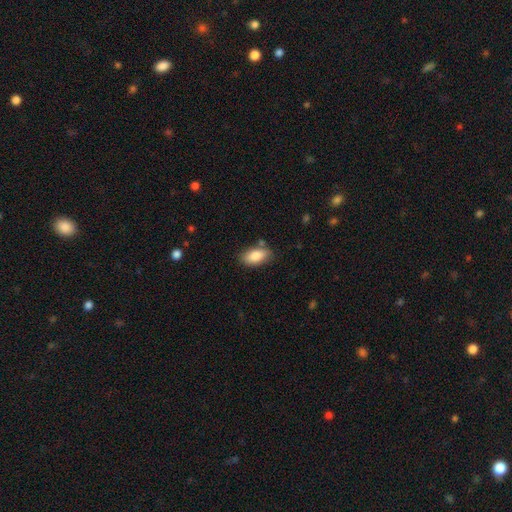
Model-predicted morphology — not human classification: This appears to be a smooth galaxy with no disk features (84%) that is in between round and cigar-shaped (91%). Merging: none (78%).